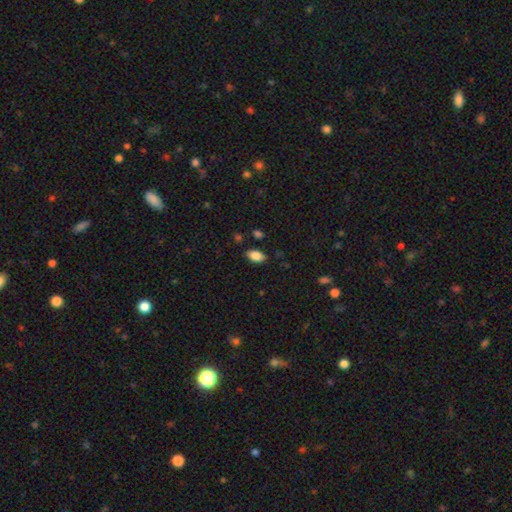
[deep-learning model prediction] smooth 86%, star or artifact 8%, featured or disk 6%. Down the decision tree: how rounded — in between (92%); merging — none (84%).